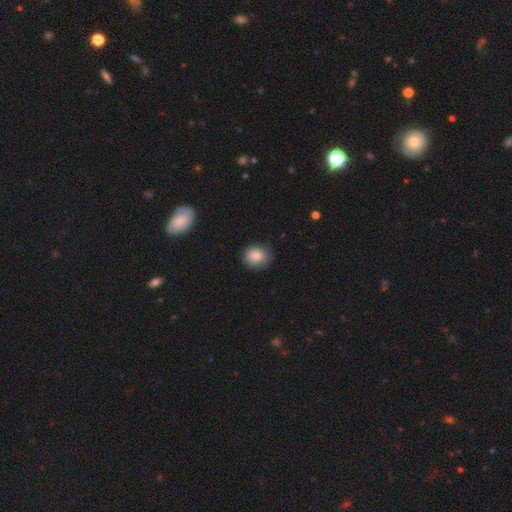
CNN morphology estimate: Q: Smooth or featured?
A: smooth (83%); runner-up: star or artifact (9%)
Q: How rounded?
A: round (72%); runner-up: in between (27%)
Q: Merging?
A: none (82%); runner-up: minor disturbance (14%)